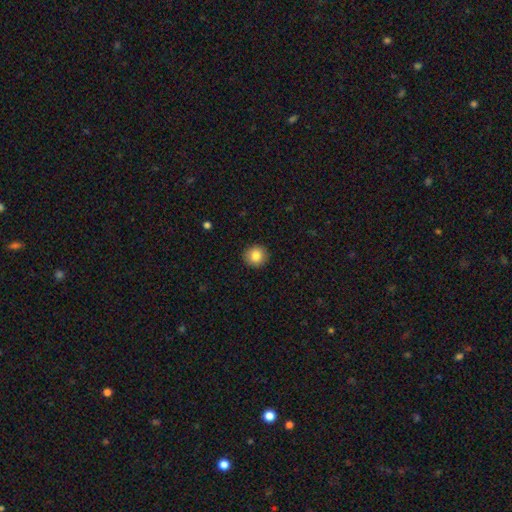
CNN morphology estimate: A smooth galaxy with no disk features (84%) that is round (91%). Merging: none (92%).